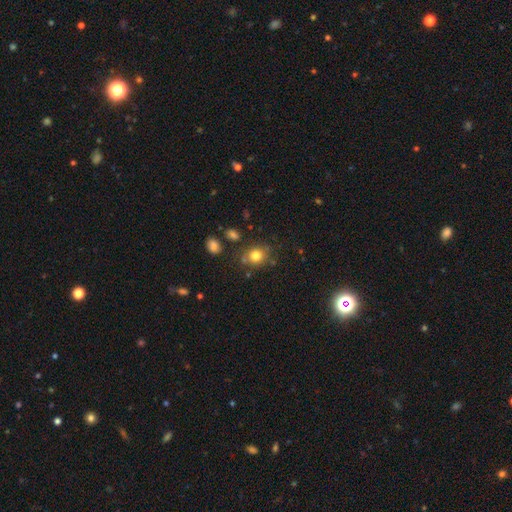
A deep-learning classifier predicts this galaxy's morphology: Smooth or featured?
  - smooth: 79% *
  - star or artifact: 12%
  - featured or disk: 9%
How rounded?
  - round: 69% *
  - in between: 30%
  - cigar-shaped: 1%
Merging?
  - none: 73% *
  - minor disturbance: 15%
  - merger: 7%
  - major disturbance: 5%